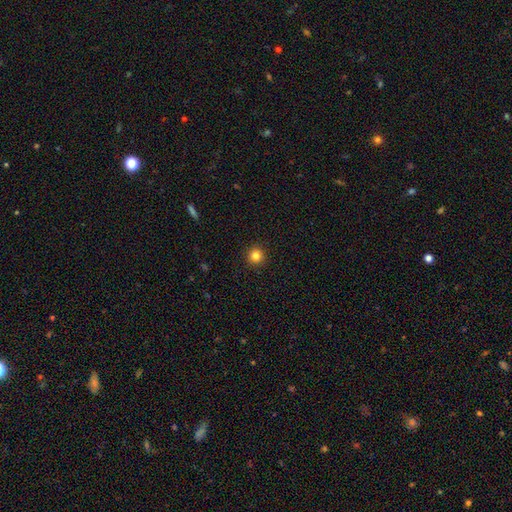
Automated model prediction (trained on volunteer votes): This is clearly a smooth galaxy (83%). How rounded: clearly round (95%). Merging: clearly none (93%).